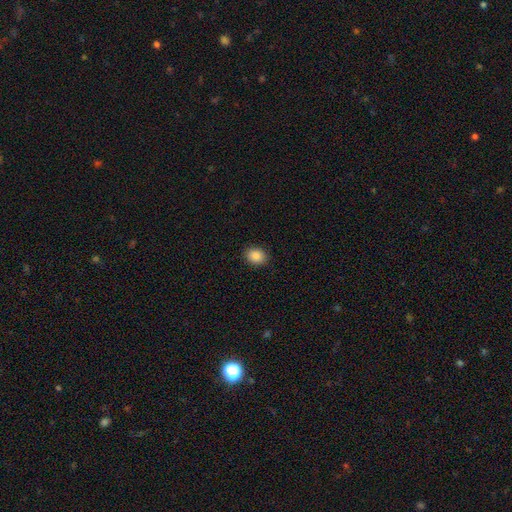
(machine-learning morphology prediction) smooth 86%, star or artifact 9%, featured or disk 5%. Down the decision tree: how rounded — in between (59%); merging — none (90%).